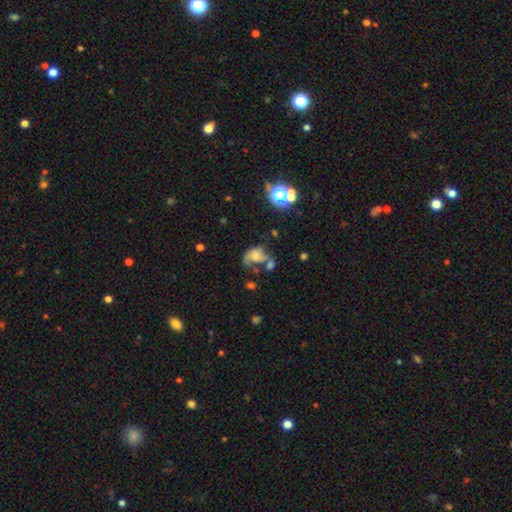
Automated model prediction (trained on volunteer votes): Morphology: type=featured or disk (42%, tied with smooth); merging=major disturbance (33%).